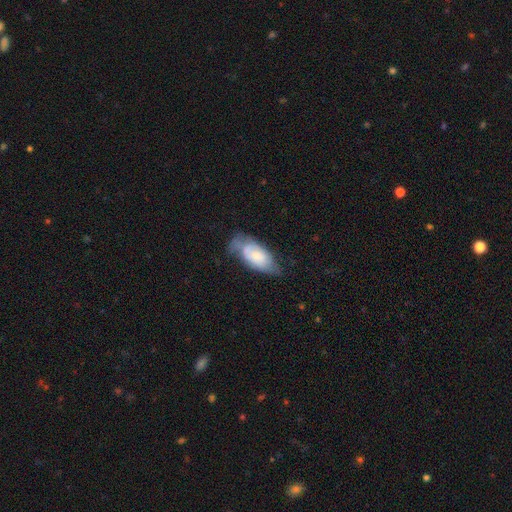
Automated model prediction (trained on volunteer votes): The model was most divided on "merging": none: 40%, minor disturbance: 36%, major disturbance: 18%, merger: 5%. More confident: how rounded — in between (89%); smooth or featured — smooth (53%).